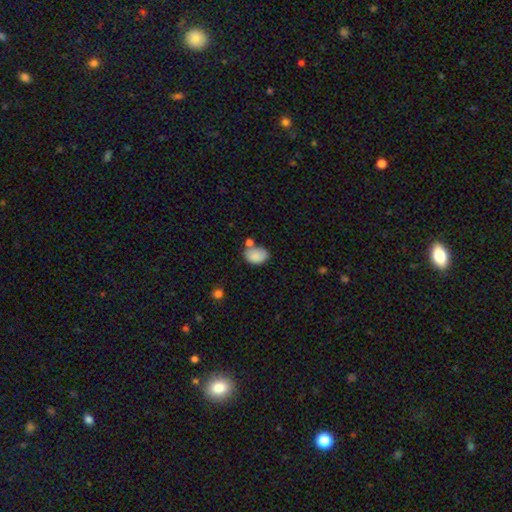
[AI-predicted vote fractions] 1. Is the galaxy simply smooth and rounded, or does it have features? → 85% smooth, 8% star or artifact, 8% featured or disk.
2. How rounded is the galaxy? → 78% in between, 21% round, 1% cigar-shaped.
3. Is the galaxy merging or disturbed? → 51% none, 22% minor disturbance, 19% merger, 7% major disturbance.